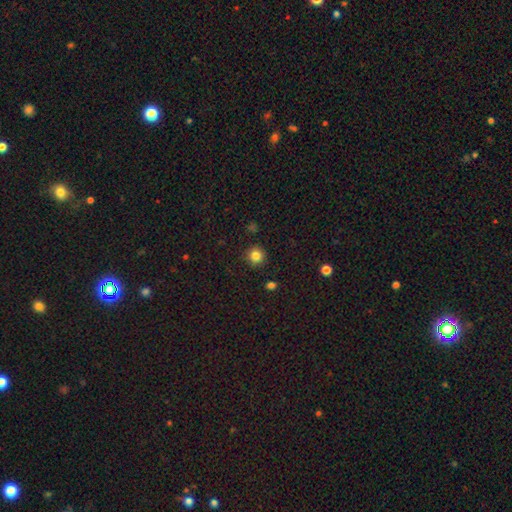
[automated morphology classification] A smooth galaxy with no disk features (83%) that is round (94%).

Vote fractions:
- Smooth or featured? smooth: 83% / star or artifact: 12% / featured or disk: 5%
- How rounded? round: 94% / in between: 5% / cigar-shaped: 1%
- Merging? none: 91% / minor disturbance: 6% / major disturbance: 2% / merger: 1%